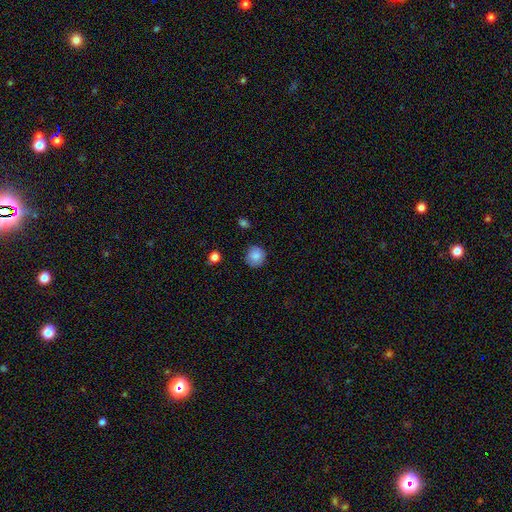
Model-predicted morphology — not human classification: The model was most divided on "merging": none: 82%, minor disturbance: 13%, major disturbance: 3%, merger: 1%. More confident: how rounded — round (90%); smooth or featured — smooth (85%).